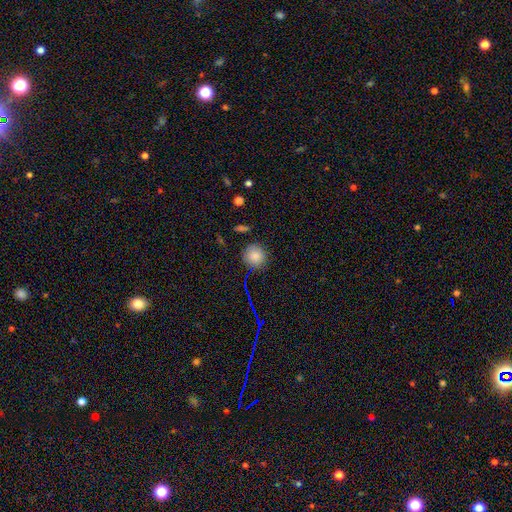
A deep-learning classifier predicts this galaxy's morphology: type=smooth (80%); roundness=round (91%); merging=none (84%).